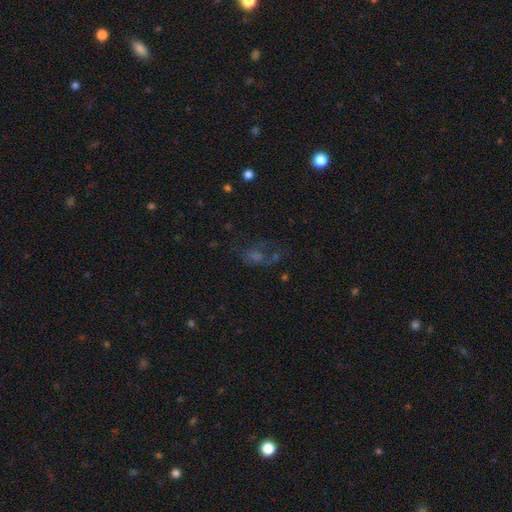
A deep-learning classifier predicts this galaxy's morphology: Smooth or featured: star or artifact — 35% (featured or disk — 33%)